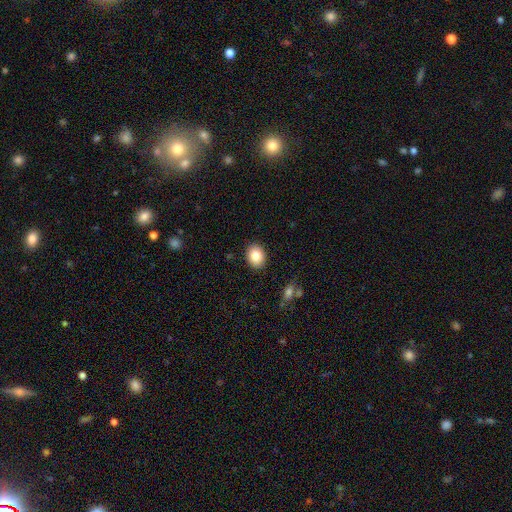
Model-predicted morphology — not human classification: smooth-or-featured: smooth: 84% | star or artifact: 8% | featured or disk: 8%
  how-rounded: in between: 53% | round: 47% | cigar-shaped: 1%
  merging: none: 90% | minor disturbance: 7% | major disturbance: 2% | merger: 1%